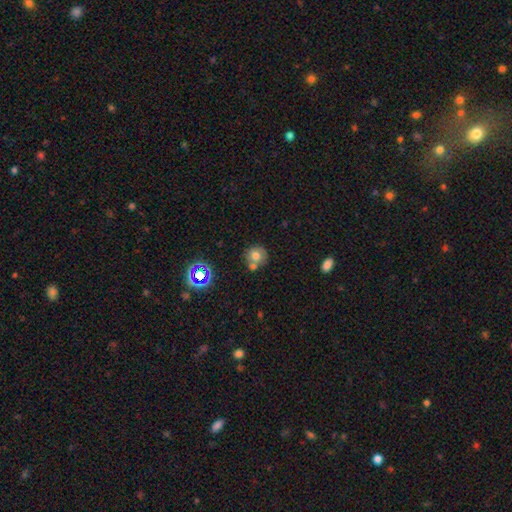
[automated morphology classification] This appears to be a smooth galaxy with no disk features (69%) that is round (87%). Merging: none (53%).